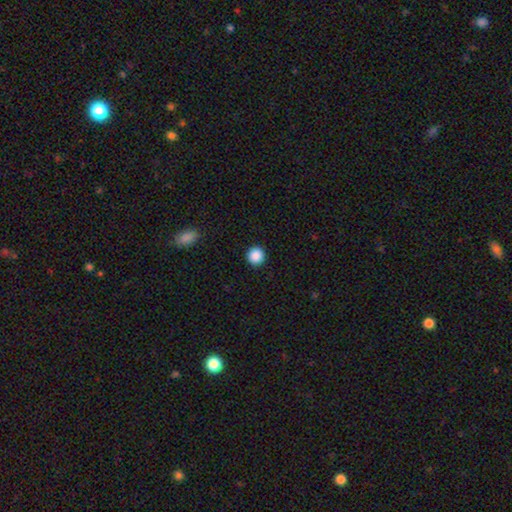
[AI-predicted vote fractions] Morphology: type=smooth (89%); roundness=round (95%); merging=none (93%).